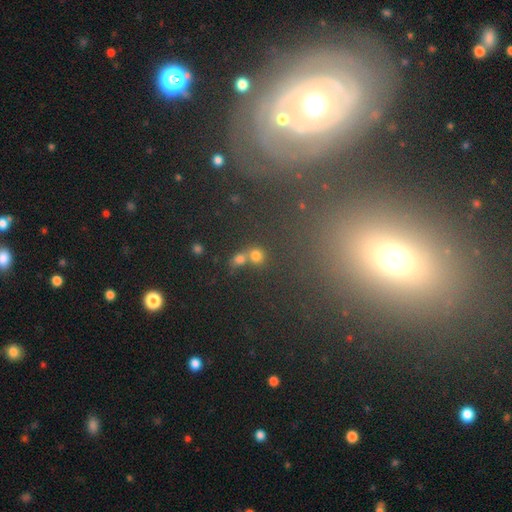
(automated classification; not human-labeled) A smooth galaxy with no disk features (72%) that is round (75%).

Vote fractions:
- Smooth or featured? smooth: 72% / star or artifact: 18% / featured or disk: 10%
- How rounded? round: 75% / in between: 23% / cigar-shaped: 2%
- Merging? merger: 47% / none: 40% / minor disturbance: 8% / major disturbance: 5%